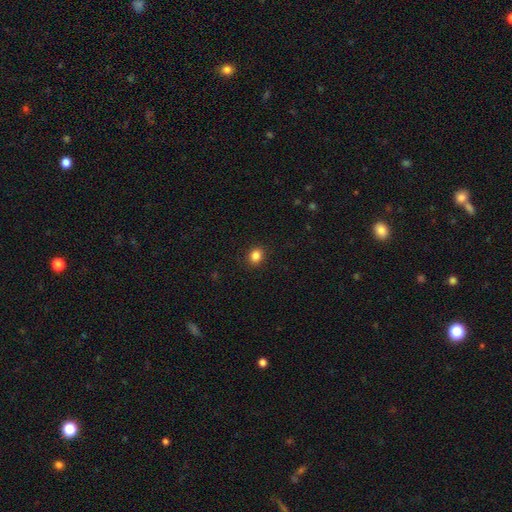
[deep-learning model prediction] Smooth or featured? smooth (85%)
How rounded? round (60%)
Merging? none (91%)